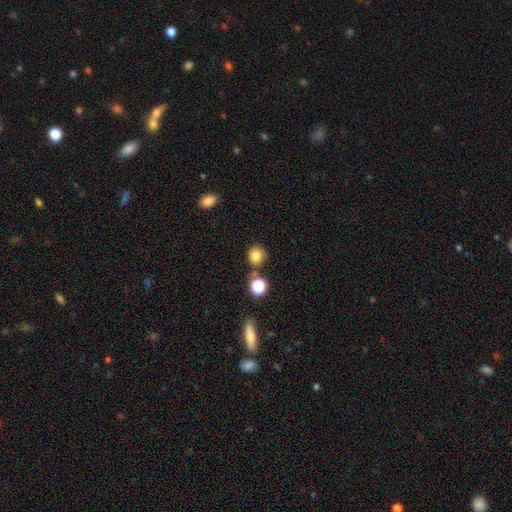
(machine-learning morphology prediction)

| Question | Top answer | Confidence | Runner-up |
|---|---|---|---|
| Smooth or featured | smooth | 80% | star or artifact (13%) |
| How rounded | round | 86% | in between (13%) |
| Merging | none | 75% | minor disturbance (11%) |